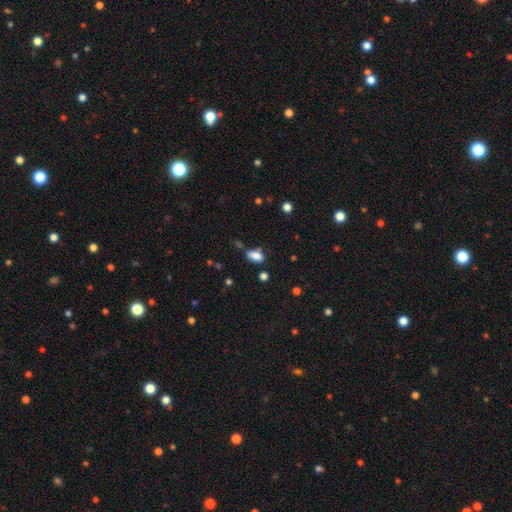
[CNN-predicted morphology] Smooth or featured? Predicted: smooth (p=0.81). How rounded? Predicted: in between (p=0.88). Merging? Predicted: none (p=0.59).